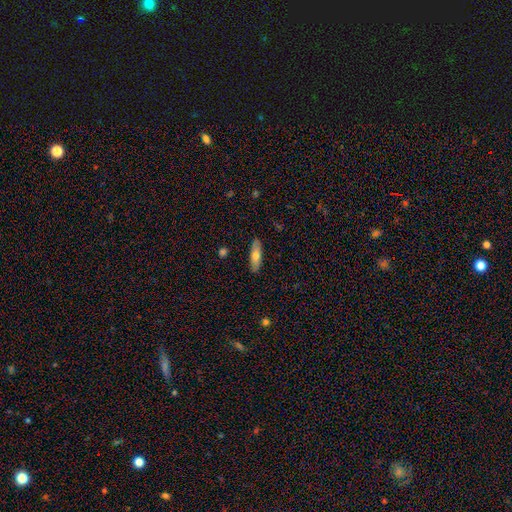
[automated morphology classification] smooth_or_featured: smooth (p=0.65) [alt: featured or disk p=0.29]
how_rounded: cigar-shaped (p=0.50) [alt: in between p=0.48]
merging: none (p=0.88) [alt: minor disturbance p=0.09]